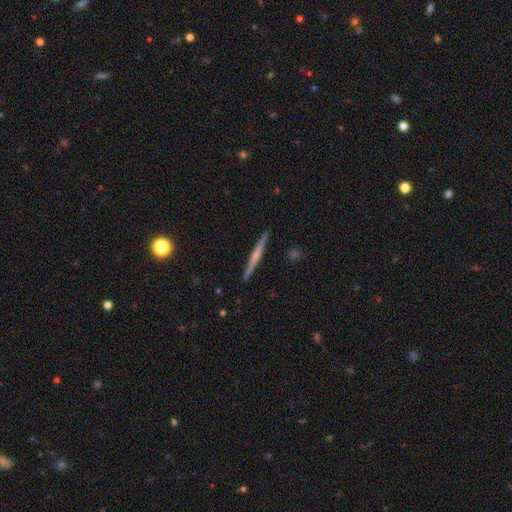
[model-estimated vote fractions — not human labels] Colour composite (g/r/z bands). It shows a featured or disk galaxy (63%) viewed edge-on (98%) with a rounded central bulge (47%). Merging: none (92%).